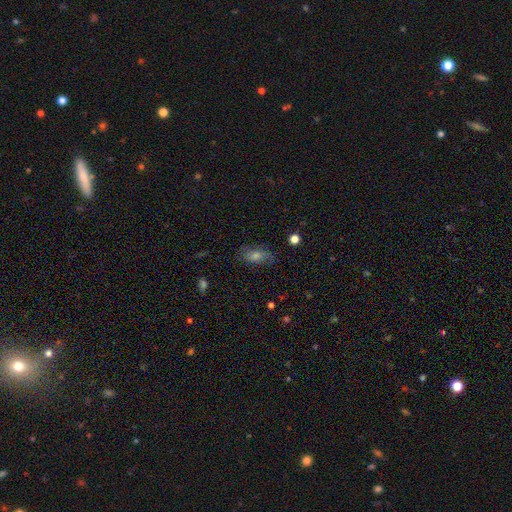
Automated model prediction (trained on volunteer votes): Q: Smooth or featured?
A: smooth (47%); runner-up: featured or disk (34%)
Q: Merging?
A: none (76%); runner-up: minor disturbance (17%)